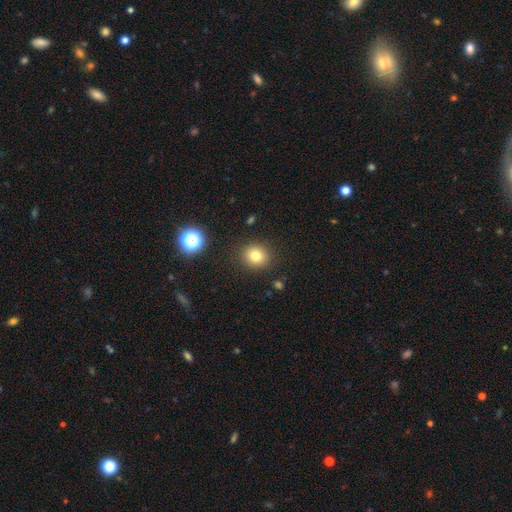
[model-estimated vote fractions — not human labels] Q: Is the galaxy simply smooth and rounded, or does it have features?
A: smooth — 79%.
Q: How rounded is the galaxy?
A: round — 83%.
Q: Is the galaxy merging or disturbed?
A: none — 89%.